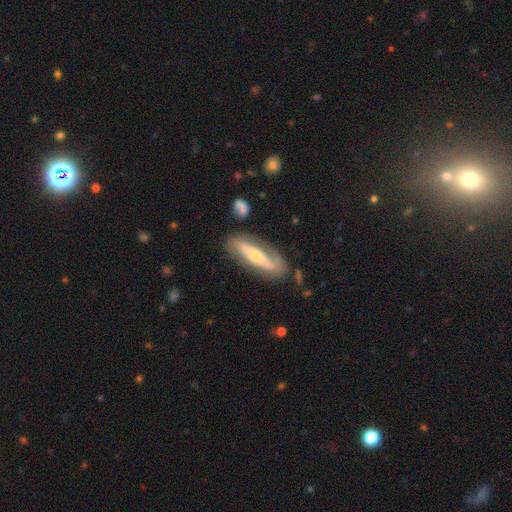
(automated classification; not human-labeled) This is likely a featured or disk galaxy (71%). It is likely not viewed edge-on (72%). Bar: possibly strong (49%). Spiral arm pattern: likely yes (77%). Central bulge: possibly moderate (47%). Merging: likely none (75%).